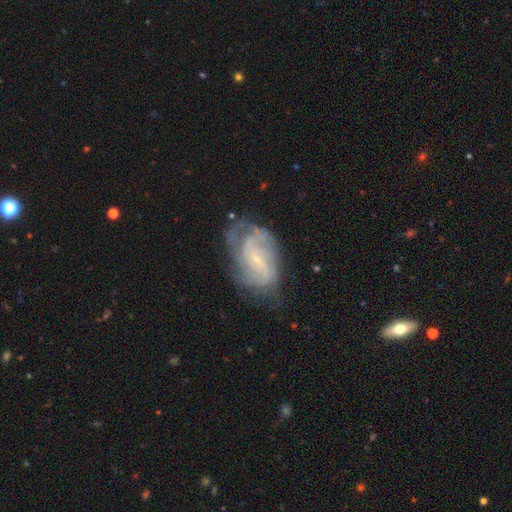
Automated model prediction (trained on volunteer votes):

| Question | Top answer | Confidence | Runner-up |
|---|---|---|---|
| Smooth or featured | featured or disk | 71% | smooth (18%) |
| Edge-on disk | no | 95% | yes (5%) |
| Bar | no | 46% | weak (42%) |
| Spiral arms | yes | 88% | no (12%) |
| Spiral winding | tight | 43% | medium (40%) |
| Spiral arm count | can't tell | 40% | 2 (23%) |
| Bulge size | small | 68% | moderate (19%) |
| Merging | none | 64% | minor disturbance (22%) |